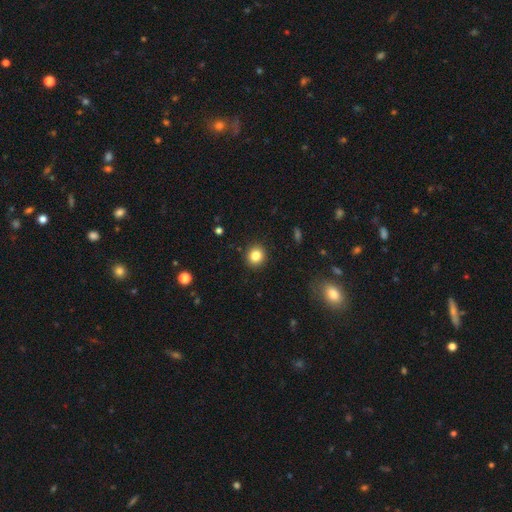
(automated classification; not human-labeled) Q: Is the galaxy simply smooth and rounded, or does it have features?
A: smooth — 83%.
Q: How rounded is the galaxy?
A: round — 87%.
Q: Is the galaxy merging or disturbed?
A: none — 91%.